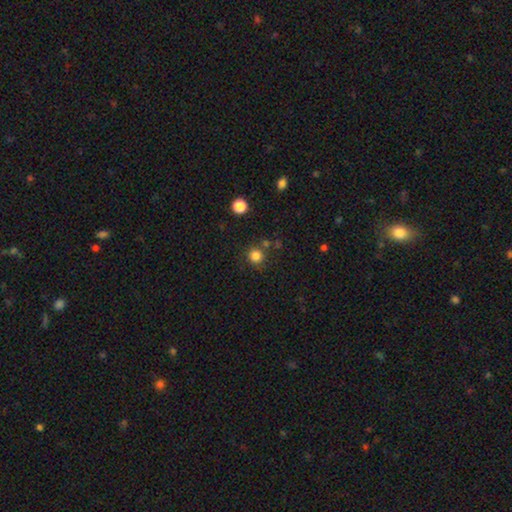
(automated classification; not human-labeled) Smooth or featured? Predicted: smooth (p=0.82). How rounded? Predicted: round (p=0.94). Merging? Predicted: none (p=0.80).